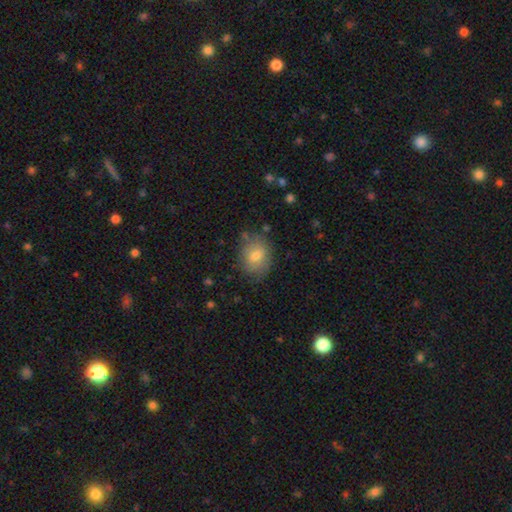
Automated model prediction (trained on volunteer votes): smooth_or_featured: smooth (p=0.76) [alt: featured or disk p=0.15]
how_rounded: in between (p=0.53) [alt: round p=0.46]
merging: none (p=0.76) [alt: minor disturbance p=0.17]